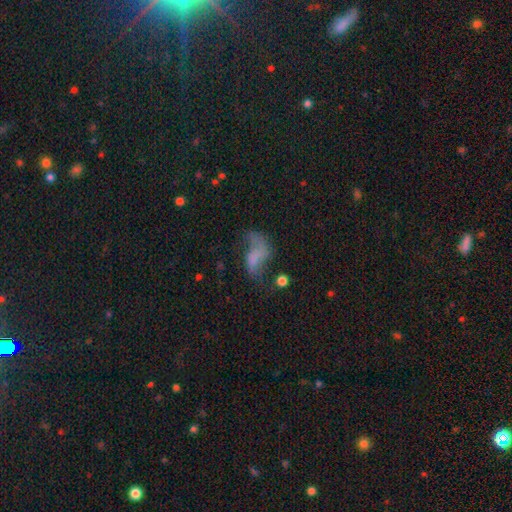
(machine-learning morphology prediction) Smooth or featured? featured or disk (50%)
Merging? major disturbance (39%)